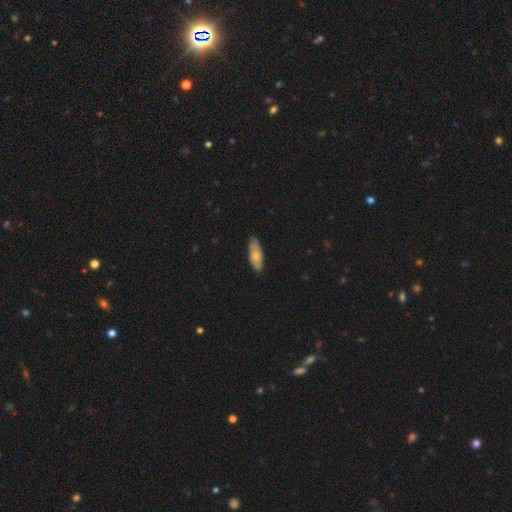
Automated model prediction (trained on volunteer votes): Smooth or featured?
  - smooth: 69% *
  - featured or disk: 25%
  - star or artifact: 5%
How rounded?
  - in between: 72% *
  - cigar-shaped: 26%
  - round: 2%
Merging?
  - none: 78% *
  - minor disturbance: 19%
  - major disturbance: 2%
  - merger: 1%